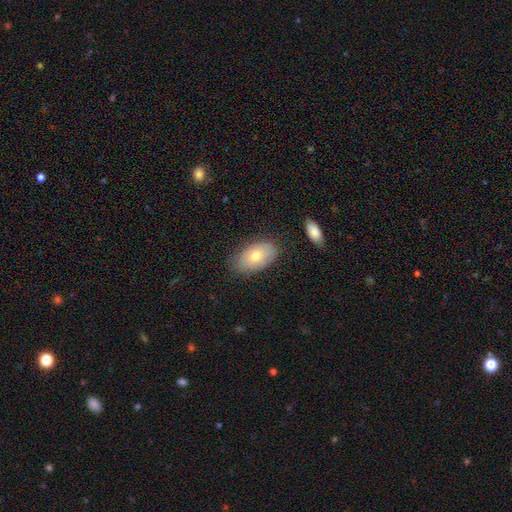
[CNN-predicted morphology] Overall: smooth (70%). How rounded: in between (93%). Merging: none (78%).